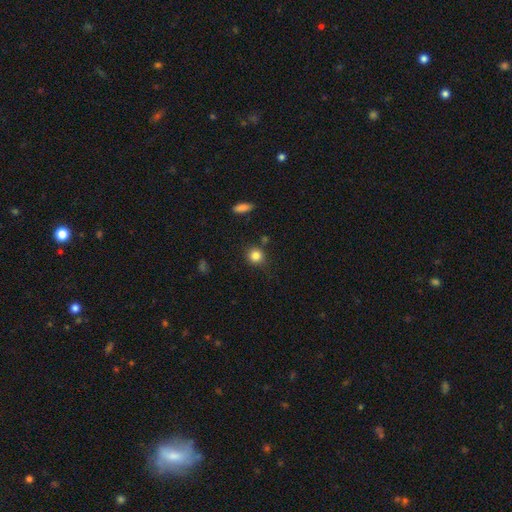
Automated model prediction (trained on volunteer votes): A smooth galaxy with no disk features (83%) that is round (89%).

Vote fractions:
- Smooth or featured? smooth: 83% / star or artifact: 11% / featured or disk: 6%
- How rounded? round: 89% / in between: 10% / cigar-shaped: 1%
- Merging? none: 80% / minor disturbance: 12% / merger: 5% / major disturbance: 3%